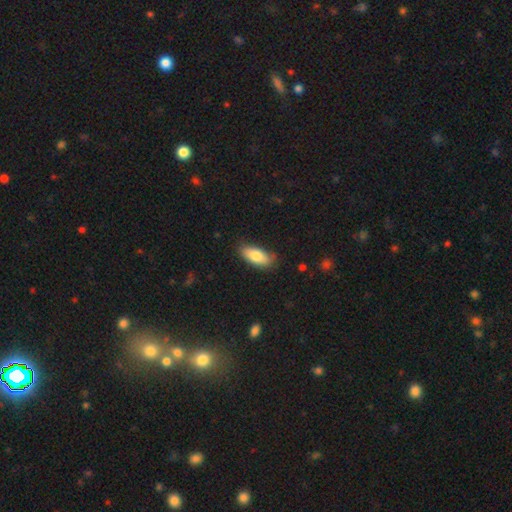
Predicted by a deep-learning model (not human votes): smooth_or_featured: smooth (p=0.80) [alt: featured or disk p=0.13]
how_rounded: in between (p=0.83) [alt: cigar-shaped p=0.14]
merging: none (p=0.79) [alt: minor disturbance p=0.17]